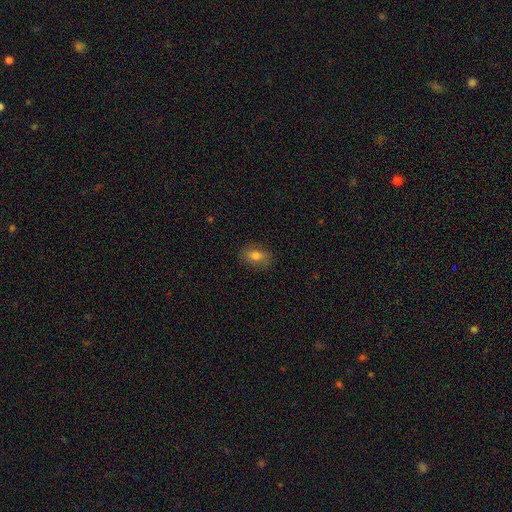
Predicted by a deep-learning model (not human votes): This appears to be a smooth galaxy with no disk features (74%) that is in between round and cigar-shaped (79%). Merging: none (81%).